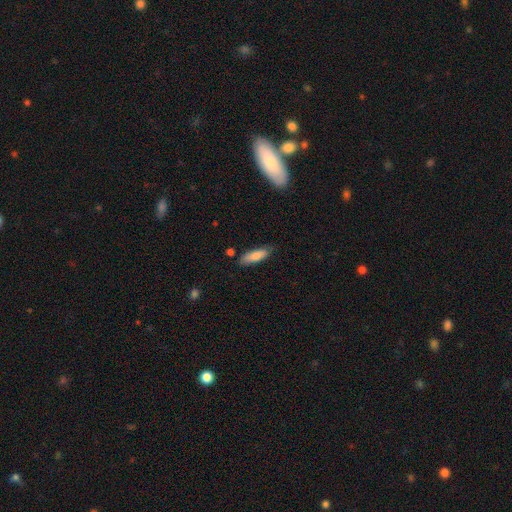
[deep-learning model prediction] Smooth or featured?
  - smooth: 79% *
  - featured or disk: 15%
  - star or artifact: 6%
How rounded?
  - cigar-shaped: 53% *
  - in between: 45%
  - round: 2%
Merging?
  - none: 80% *
  - minor disturbance: 15%
  - major disturbance: 3%
  - merger: 3%